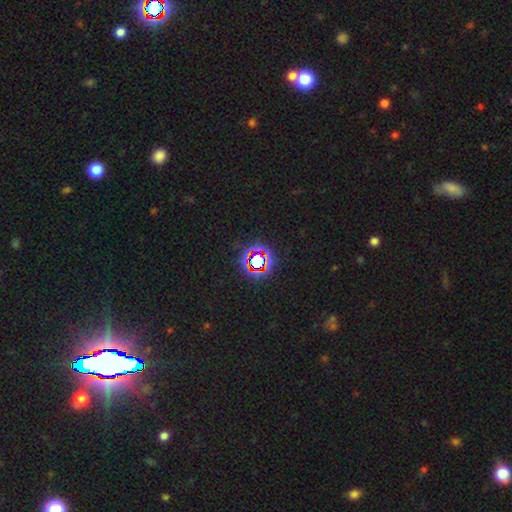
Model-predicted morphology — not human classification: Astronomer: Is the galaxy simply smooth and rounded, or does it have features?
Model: star or artifact — 76%.